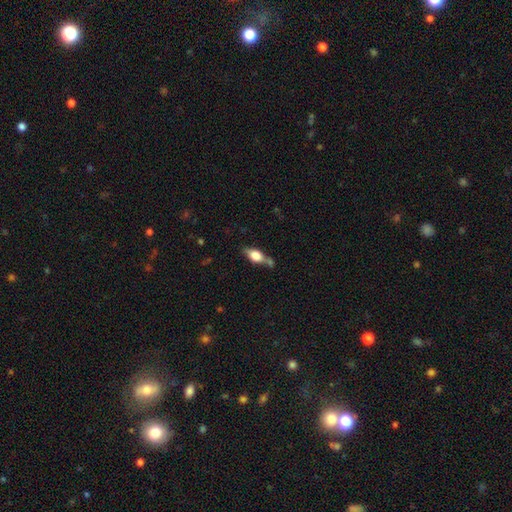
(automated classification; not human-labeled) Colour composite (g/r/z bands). It shows a smooth galaxy with no disk features (56%) that is in between round and cigar-shaped (74%). Merging: none (55%).